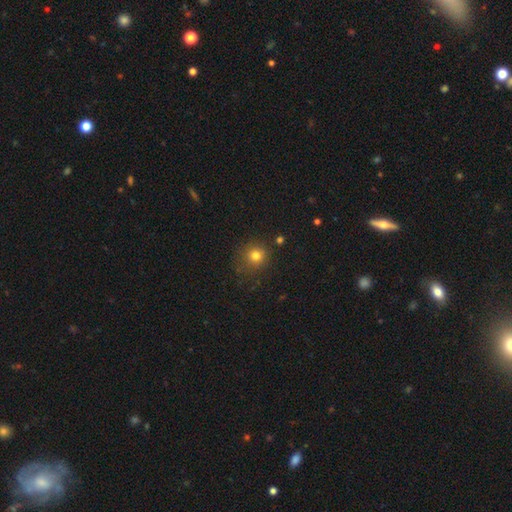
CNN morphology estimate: smooth 79%, star or artifact 15%, featured or disk 7%. Down the decision tree: how rounded — round (89%); merging — none (80%).